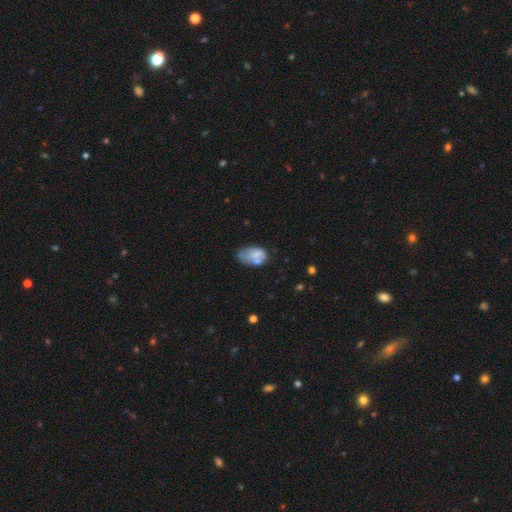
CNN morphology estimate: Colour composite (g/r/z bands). It shows a smooth galaxy with no disk features (65%) that is in between round and cigar-shaped (91%). Merging: none (39%).